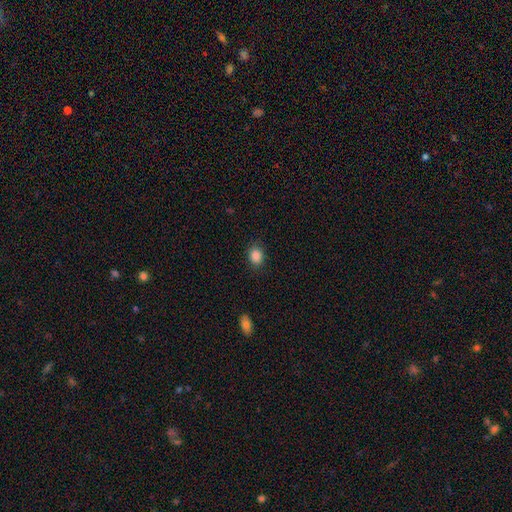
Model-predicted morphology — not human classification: smooth_or_featured: smooth (p=0.87) [alt: star or artifact p=0.09]
how_rounded: in between (p=0.59) [alt: round p=0.40]
merging: none (p=0.82) [alt: minor disturbance p=0.13]